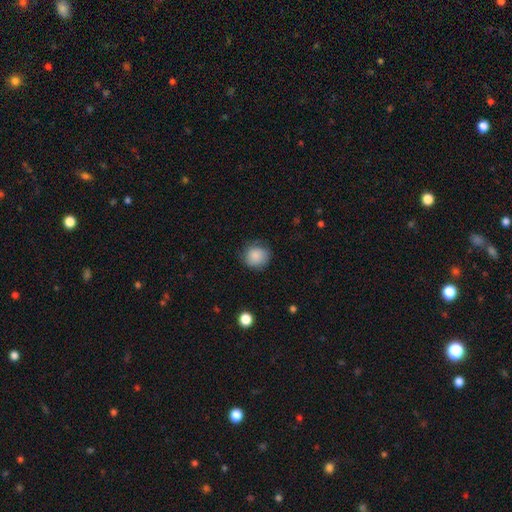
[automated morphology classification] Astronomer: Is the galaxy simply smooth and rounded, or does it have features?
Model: smooth — 86%.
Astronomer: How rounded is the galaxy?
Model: round — 85%.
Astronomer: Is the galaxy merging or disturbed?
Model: none — 75%.